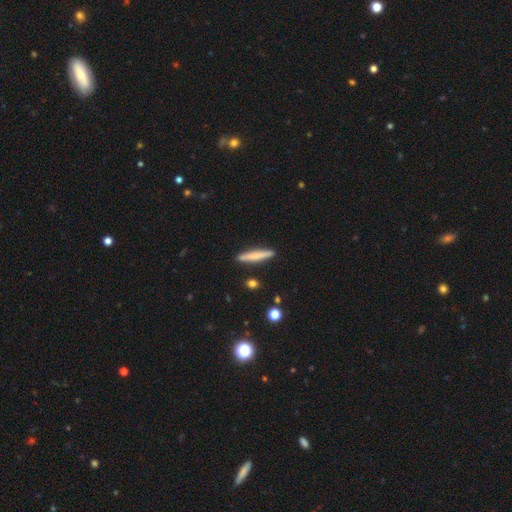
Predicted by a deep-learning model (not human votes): Smooth or featured? Predicted: smooth (p=0.66). How rounded? Predicted: cigar-shaped (p=0.93). Merging? Predicted: none (p=0.89).